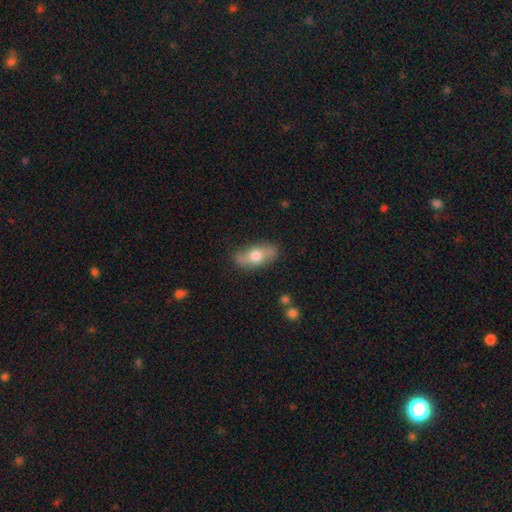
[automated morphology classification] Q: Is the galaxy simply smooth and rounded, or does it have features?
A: smooth — 60%.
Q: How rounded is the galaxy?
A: in between — 80%.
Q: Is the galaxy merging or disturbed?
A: none — 81%.